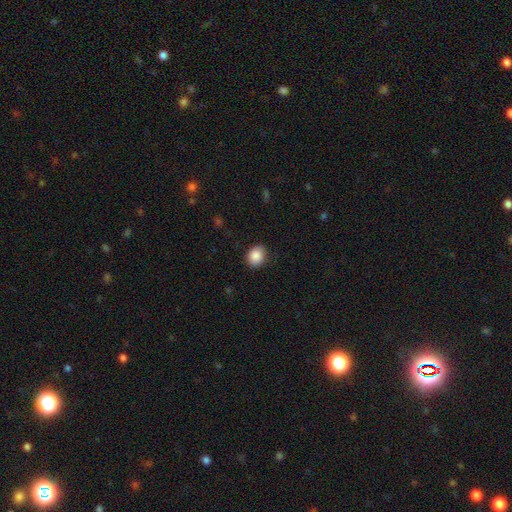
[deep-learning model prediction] smooth 88%, star or artifact 8%, featured or disk 4%. Down the decision tree: how rounded — round (61%); merging — none (86%).